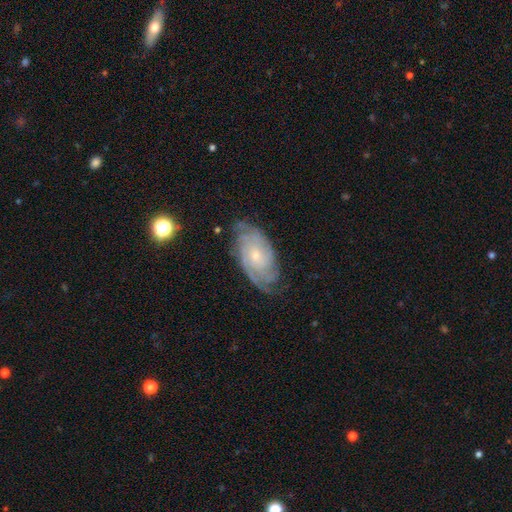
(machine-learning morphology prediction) A featured or disk galaxy (83%) with no bar (73%), tight (73%) spiral arms (96%) and a small central bulge (70%).

Vote fractions:
- Smooth or featured? featured or disk: 83% / smooth: 10% / star or artifact: 7%
- Edge-on disk? no: 95% / yes: 5%
- Bar? no: 73% / weak: 23% / strong: 5%
- Spiral arms? yes: 96% / no: 4%
- Spiral winding? tight: 73% / medium: 22% / loose: 5%
- Spiral arm count? can't tell: 32% / 2: 26% / 3: 18% / 4: 13% / more than 4: 6% / 1: 5%
- Bulge size? small: 70% / moderate: 26% / none: 2% / large: 1% / dominant: 1%
- Merging? none: 75% / minor disturbance: 18% / major disturbance: 5% / merger: 1%